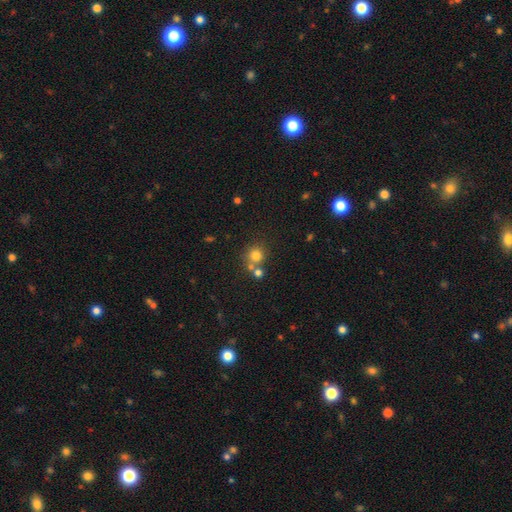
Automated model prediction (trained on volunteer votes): The model was most divided on "merging": none: 60%, merger: 29%, minor disturbance: 8%, major disturbance: 4%. More confident: how rounded — round (90%); smooth or featured — smooth (76%).